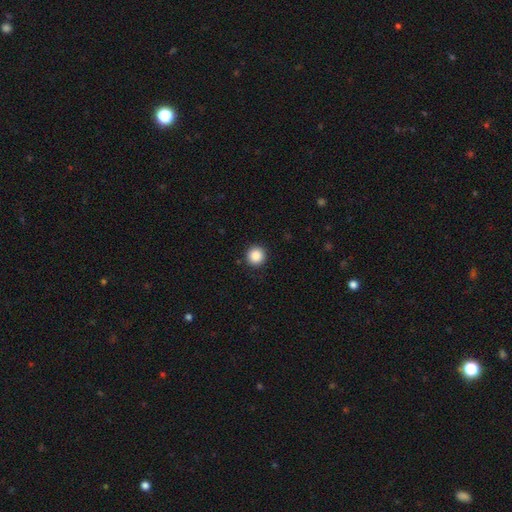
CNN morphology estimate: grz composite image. It shows a smooth galaxy with no disk features (88%) that is round (95%). Merging: none (92%).